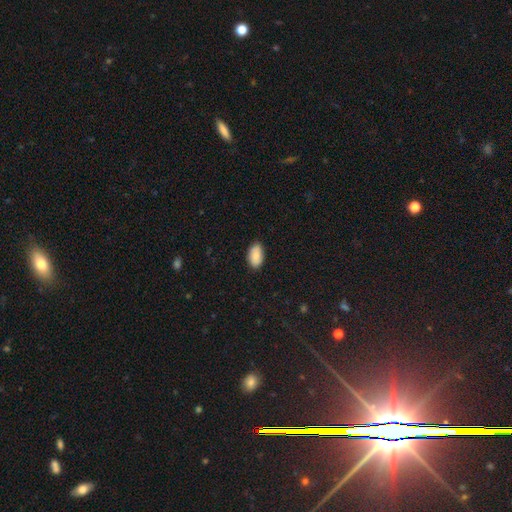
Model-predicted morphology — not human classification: This is clearly a smooth galaxy (86%). How rounded: clearly in between (94%). Merging: clearly none (85%).